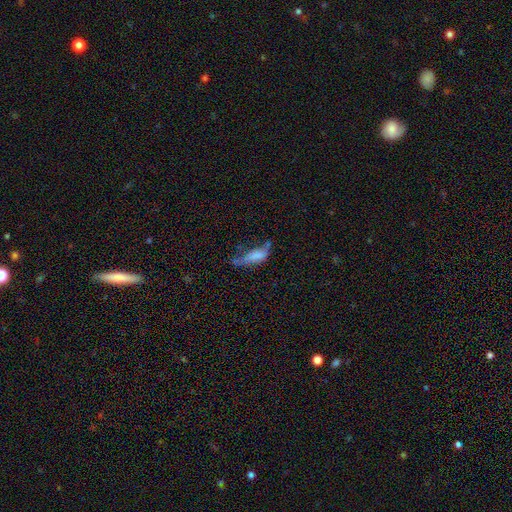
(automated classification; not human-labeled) Smooth or featured?
  - smooth: 69% *
  - featured or disk: 21%
  - star or artifact: 10%
How rounded?
  - in between: 71% *
  - cigar-shaped: 27%
  - round: 3%
Merging?
  - minor disturbance: 31% * (tied)
  - major disturbance: 31% * (tied)
  - none: 25%
  - merger: 14%